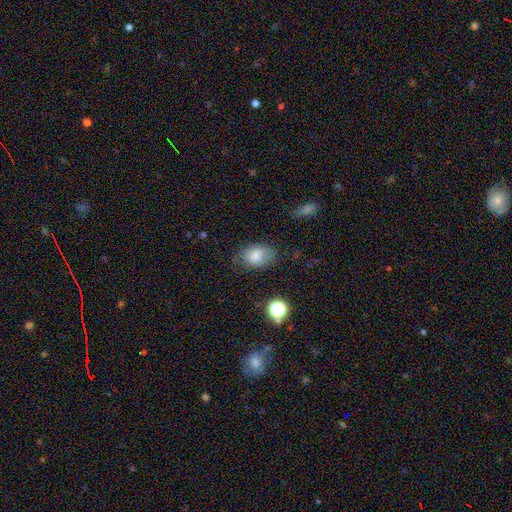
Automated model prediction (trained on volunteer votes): smooth_or_featured: smooth (p=0.78) [alt: featured or disk p=0.13]
how_rounded: in between (p=0.85) [alt: round p=0.14]
merging: none (p=0.66) [alt: minor disturbance p=0.24]